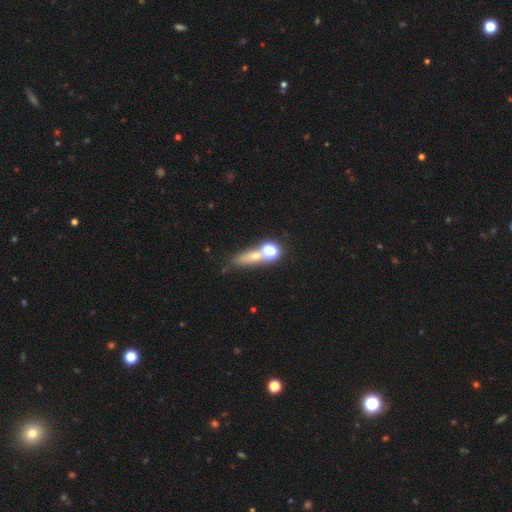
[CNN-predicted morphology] smooth-or-featured: smooth: 56% | star or artifact: 24% | featured or disk: 20%
  how-rounded: in between: 38% | cigar-shaped: 36% | round: 26%
  merging: none: 53% | merger: 24% | minor disturbance: 14% | major disturbance: 9%